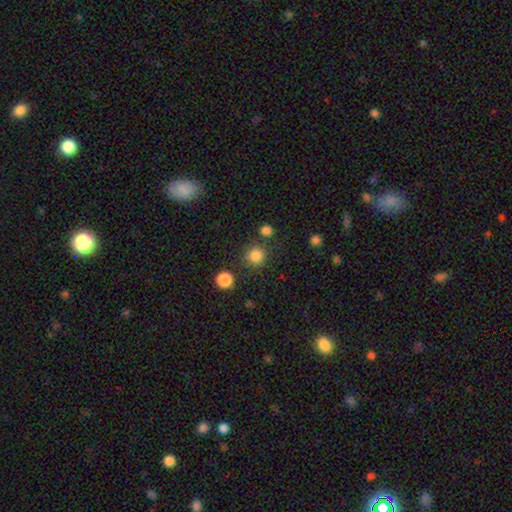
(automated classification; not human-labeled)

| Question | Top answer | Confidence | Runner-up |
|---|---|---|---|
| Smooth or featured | smooth | 84% | star or artifact (12%) |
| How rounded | round | 92% | in between (7%) |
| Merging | none | 81% | minor disturbance (8%) |